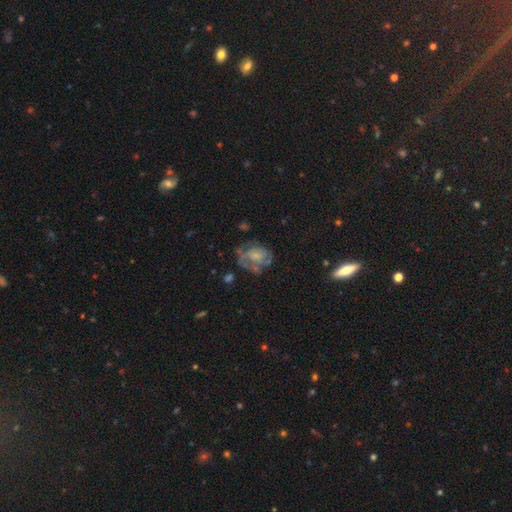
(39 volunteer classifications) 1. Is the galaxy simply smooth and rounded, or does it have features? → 64% featured or disk, 33% smooth, 3% star or artifact.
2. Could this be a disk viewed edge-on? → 100% no, 0% yes.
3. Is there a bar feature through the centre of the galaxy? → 88% no, 12% weak, 0% strong.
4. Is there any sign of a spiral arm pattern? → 72% yes, 28% no.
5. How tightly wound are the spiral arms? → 56% tight, 28% medium, 17% loose.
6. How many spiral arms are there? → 50% 3, 28% can't tell, 22% 2, 0% 1, 0% 4, 0% more than 4.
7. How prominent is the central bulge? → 48% small, 28% none, 20% moderate, 4% large, 0% dominant.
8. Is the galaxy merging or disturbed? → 34% none, 32% major disturbance, 26% minor disturbance, 8% merger.